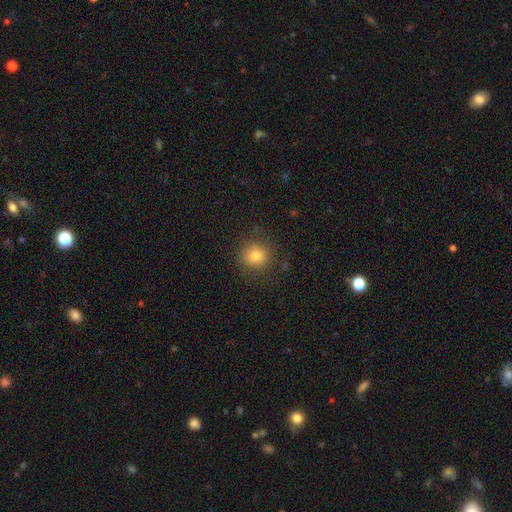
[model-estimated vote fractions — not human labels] Q: Smooth or featured?
A: smooth (79%); runner-up: star or artifact (14%)
Q: How rounded?
A: round (92%); runner-up: in between (8%)
Q: Merging?
A: none (88%); runner-up: minor disturbance (7%)